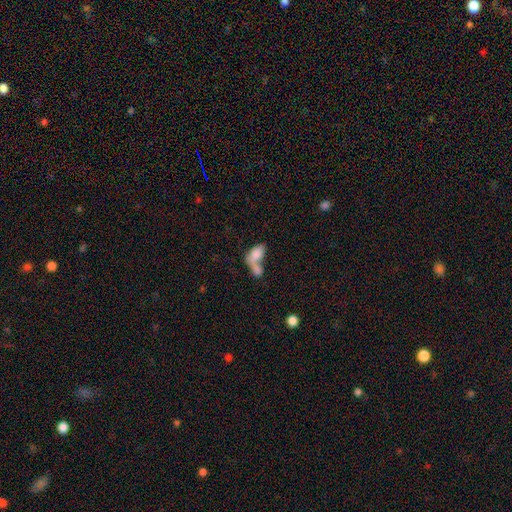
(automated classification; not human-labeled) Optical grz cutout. It shows a smooth galaxy with no disk features (74%) that is in between round and cigar-shaped (87%). Merging: merger (68%).